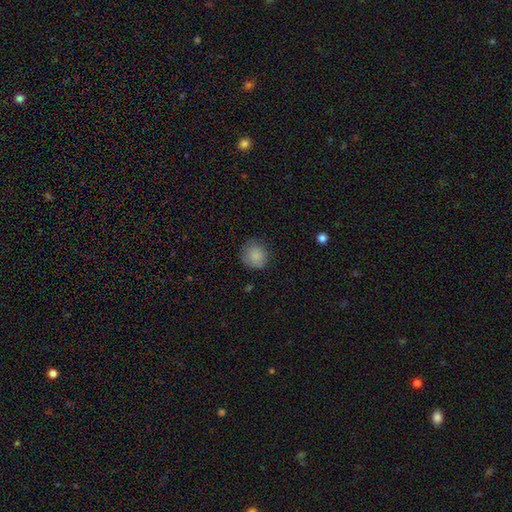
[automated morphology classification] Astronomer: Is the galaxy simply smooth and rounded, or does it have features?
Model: smooth — 86%.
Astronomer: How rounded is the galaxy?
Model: round — 88%.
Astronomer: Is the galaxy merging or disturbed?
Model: none — 79%.